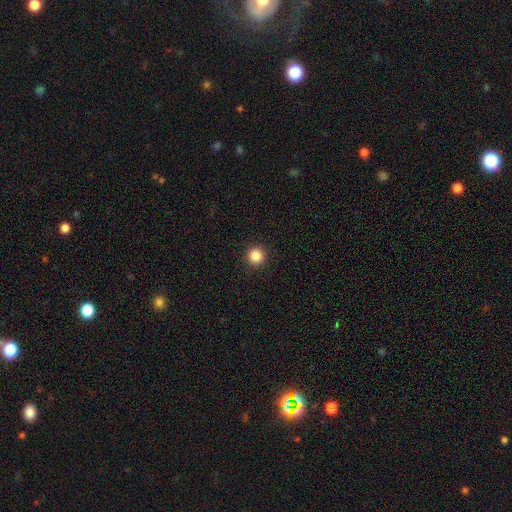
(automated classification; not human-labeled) Morphology: type=smooth (86%); roundness=round (96%); merging=none (93%).